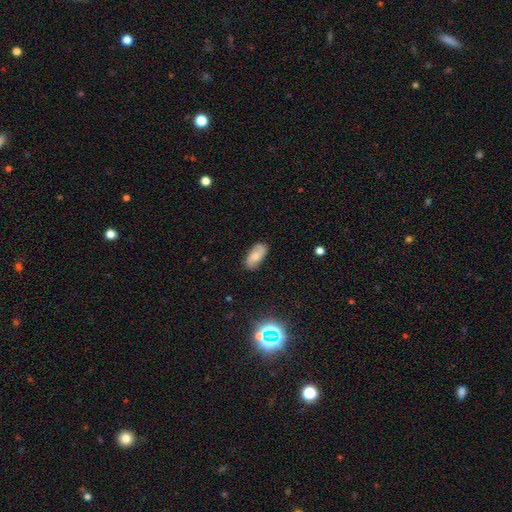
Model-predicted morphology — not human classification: This is likely a smooth galaxy (60%). How rounded: clearly in between (90%). Merging: clearly none (82%).